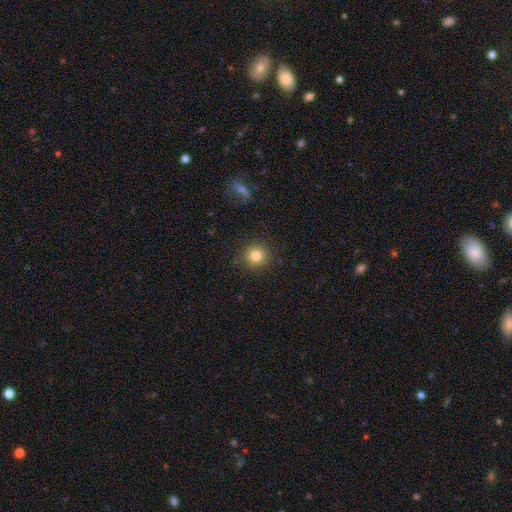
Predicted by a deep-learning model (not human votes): This appears to be a smooth galaxy with no disk features (82%) that is round (92%). Merging: none (89%).